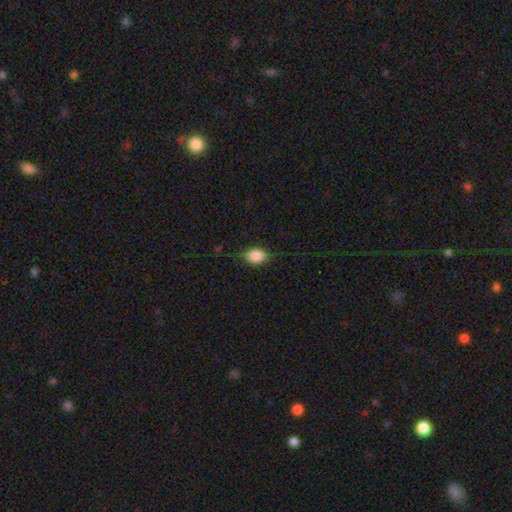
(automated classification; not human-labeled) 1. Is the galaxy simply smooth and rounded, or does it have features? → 87% smooth, 8% star or artifact, 5% featured or disk.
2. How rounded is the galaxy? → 75% in between, 24% round, 2% cigar-shaped.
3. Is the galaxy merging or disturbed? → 76% none, 19% minor disturbance, 4% major disturbance, 1% merger.